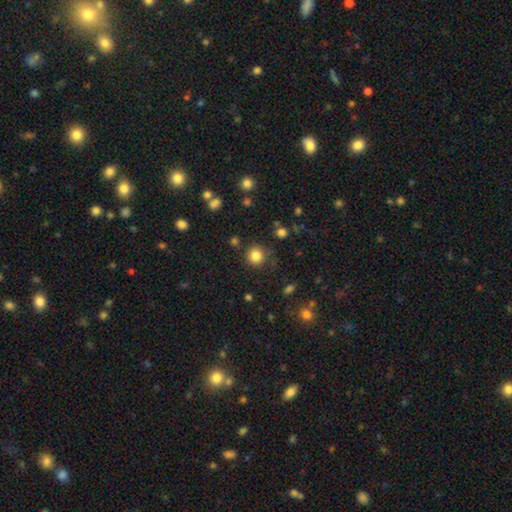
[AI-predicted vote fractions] A smooth galaxy with no disk features (82%) that is round (92%).

Vote fractions:
- Smooth or featured? smooth: 82% / star or artifact: 12% / featured or disk: 6%
- How rounded? round: 92% / in between: 7% / cigar-shaped: 1%
- Merging? none: 80% / minor disturbance: 11% / major disturbance: 5% / merger: 4%